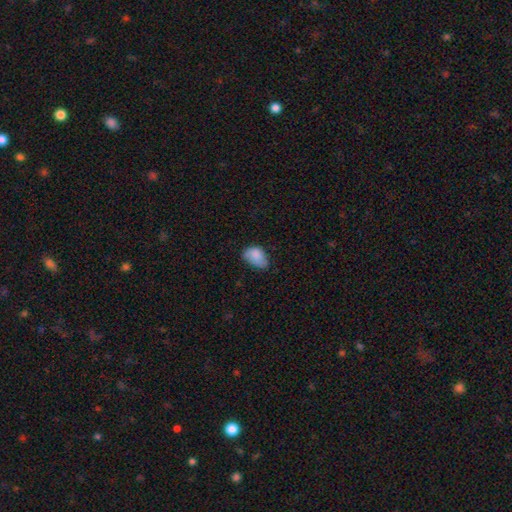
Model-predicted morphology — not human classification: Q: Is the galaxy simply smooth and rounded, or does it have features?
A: smooth — 84%.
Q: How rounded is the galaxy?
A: in between — 86%.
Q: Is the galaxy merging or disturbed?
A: none — 52%.